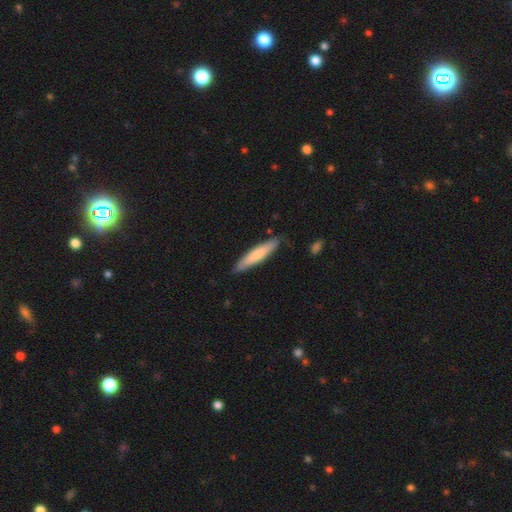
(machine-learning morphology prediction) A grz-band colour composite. It shows a smooth galaxy with no disk features (69%) that is cigar-shaped (88%). Merging: none (86%).